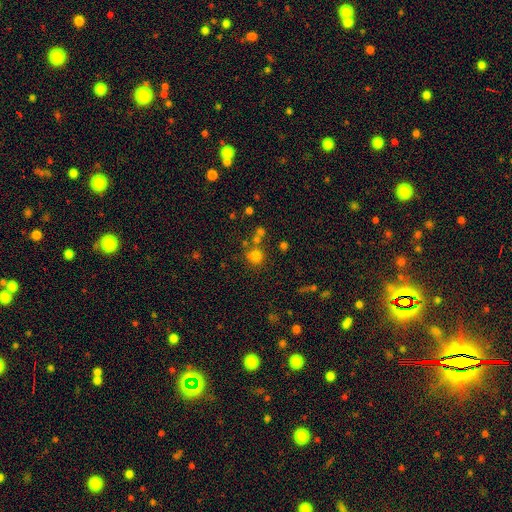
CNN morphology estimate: A smooth galaxy with no disk features (72%) that is round (87%). Merging: none (64%).